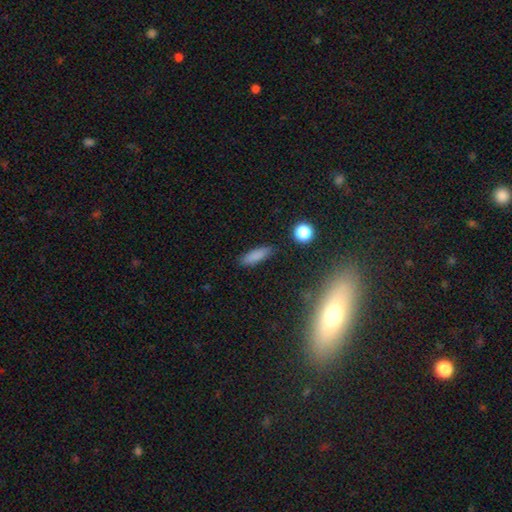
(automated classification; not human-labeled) Smooth or featured? smooth (82%)
How rounded? cigar-shaped (51%)
Merging? none (84%)